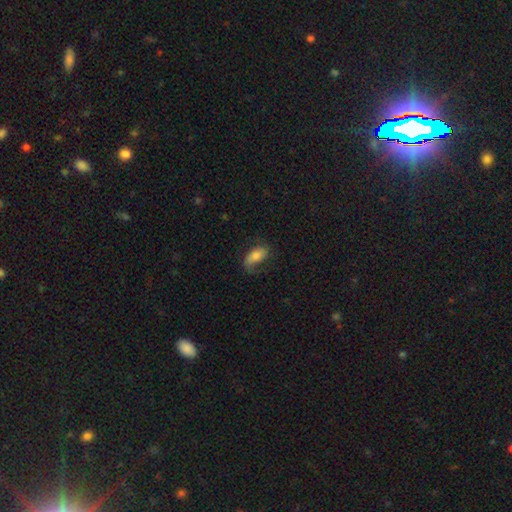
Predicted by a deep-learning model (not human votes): The model was most divided on "merging": none: 53%, minor disturbance: 25%, major disturbance: 20%, merger: 2%. More confident: how rounded — in between (90%); smooth or featured — smooth (64%).